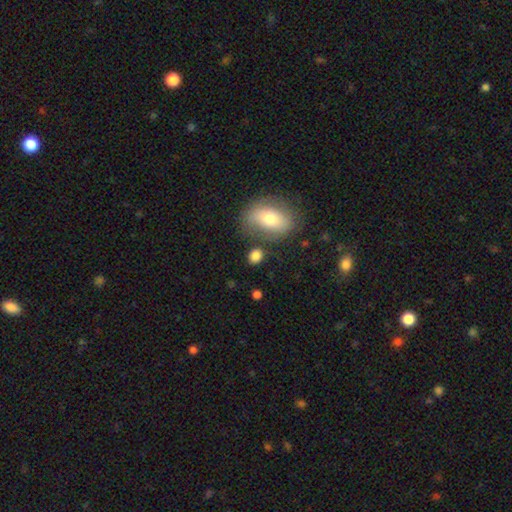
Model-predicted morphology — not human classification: Smooth or featured: smooth — 82% (star or artifact — 10%)
How rounded: round — 50% (in between — 48%)
Merging: none — 72% (minor disturbance — 14%)